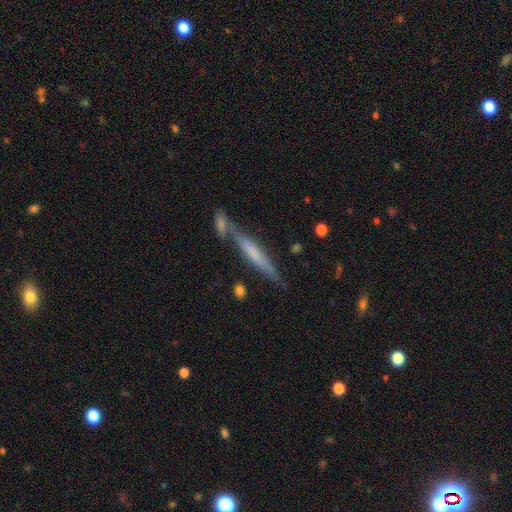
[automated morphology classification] smooth-or-featured: featured or disk: 54% | smooth: 39% | star or artifact: 7%
  disk-edge-on: yes: 91% | no: 9%
  merging: none: 54% | merger: 28% | minor disturbance: 13% | major disturbance: 5%